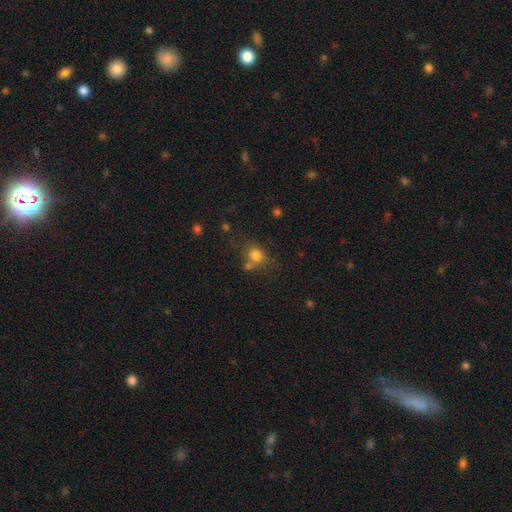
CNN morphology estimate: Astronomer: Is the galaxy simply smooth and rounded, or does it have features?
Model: smooth — 78%.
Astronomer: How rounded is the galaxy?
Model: round — 67%.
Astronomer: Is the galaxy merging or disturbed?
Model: none — 56%.